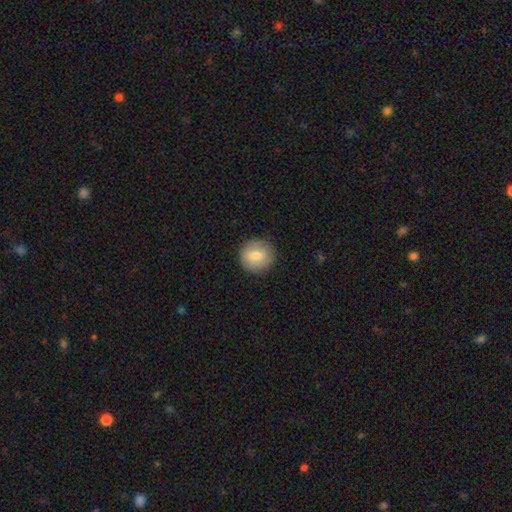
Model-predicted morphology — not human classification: Smooth or featured? smooth (77%)
How rounded? round (93%)
Merging? none (89%)